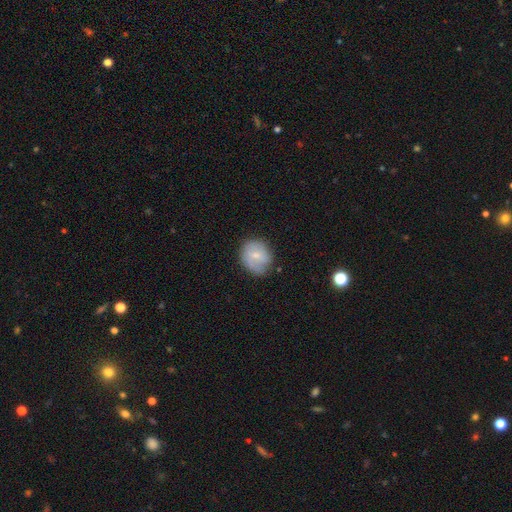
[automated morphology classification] A smooth galaxy with no disk features (58%) that is round (68%). Merging: none (63%).